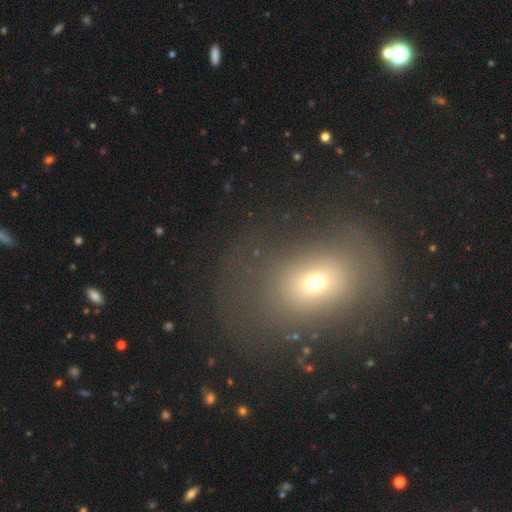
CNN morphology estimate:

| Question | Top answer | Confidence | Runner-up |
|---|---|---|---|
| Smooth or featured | smooth | 58% | star or artifact (24%) |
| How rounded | in between | 55% | round (43%) |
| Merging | none | 71% | minor disturbance (15%) |